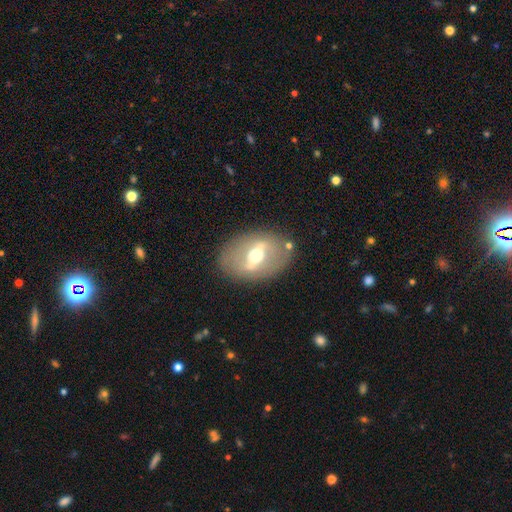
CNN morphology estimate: Smooth or featured?
  - featured or disk: 67% *
  - smooth: 26%
  - star or artifact: 7%
Edge-on disk?
  - no: 81% *
  - yes: 19%
Bar?
  - strong: 61% *
  - weak: 28%
  - no: 11%
Spiral arms?
  - no: 81% *
  - yes: 19%
Bulge size?
  - moderate: 71% *
  - large: 16%
  - small: 11%
  - dominant: 2%
  - none: 1%
Merging?
  - none: 81% *
  - minor disturbance: 11%
  - major disturbance: 5%
  - merger: 3%